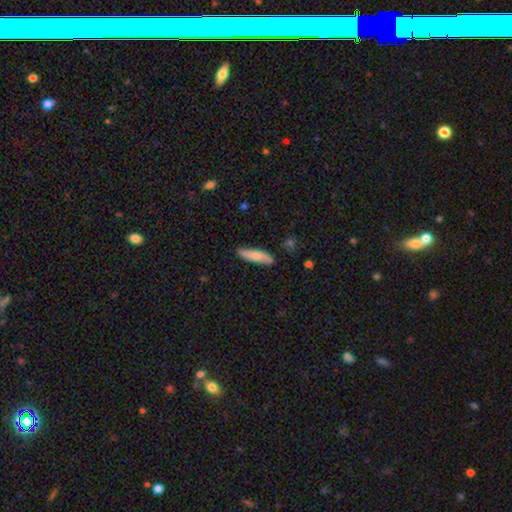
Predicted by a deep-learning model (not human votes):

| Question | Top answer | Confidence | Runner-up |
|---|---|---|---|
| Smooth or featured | smooth | 76% | featured or disk (19%) |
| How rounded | cigar-shaped | 71% | in between (27%) |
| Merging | none | 82% | minor disturbance (14%) |